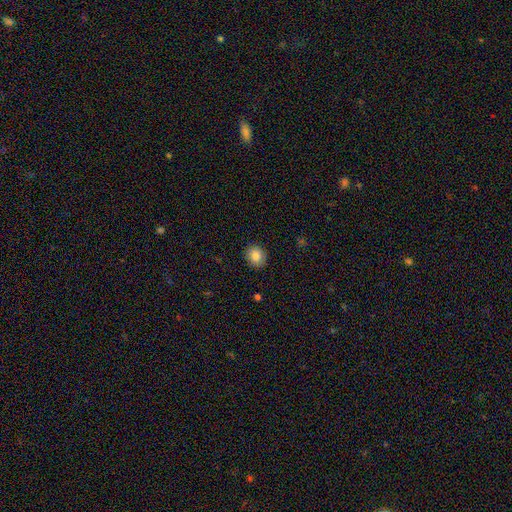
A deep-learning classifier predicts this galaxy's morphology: A smooth galaxy with no disk features (83%) that is round (71%). Merging: none (90%).